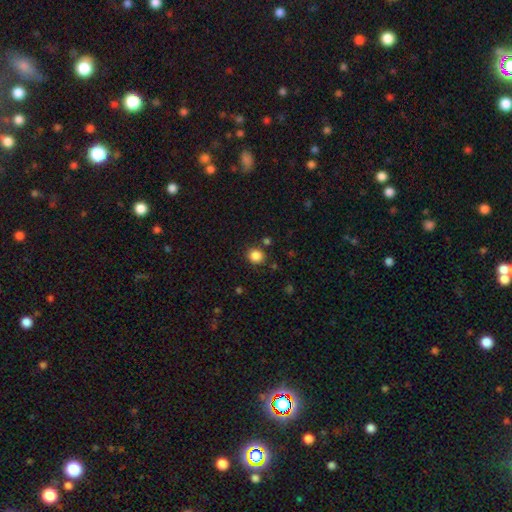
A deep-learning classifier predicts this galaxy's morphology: Smooth or featured?
  - smooth: 86% *
  - star or artifact: 11%
  - featured or disk: 3%
How rounded?
  - round: 79% *
  - in between: 20%
  - cigar-shaped: 1%
Merging?
  - none: 84% *
  - minor disturbance: 9%
  - merger: 4%
  - major disturbance: 3%